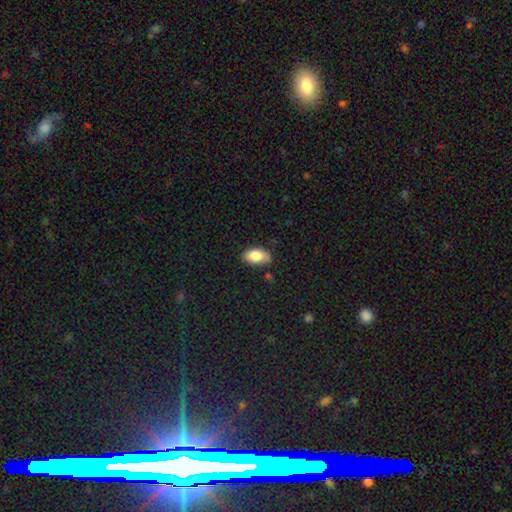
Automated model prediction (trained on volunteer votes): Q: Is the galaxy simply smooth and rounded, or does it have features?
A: smooth — 82%.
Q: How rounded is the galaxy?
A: in between — 93%.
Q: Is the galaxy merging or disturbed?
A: none — 74%.